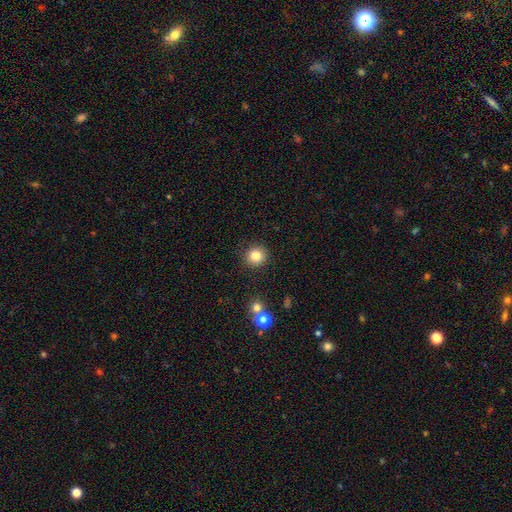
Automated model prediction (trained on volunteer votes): Smooth or featured? Predicted: smooth (p=0.83). How rounded? Predicted: round (p=0.92). Merging? Predicted: none (p=0.90).